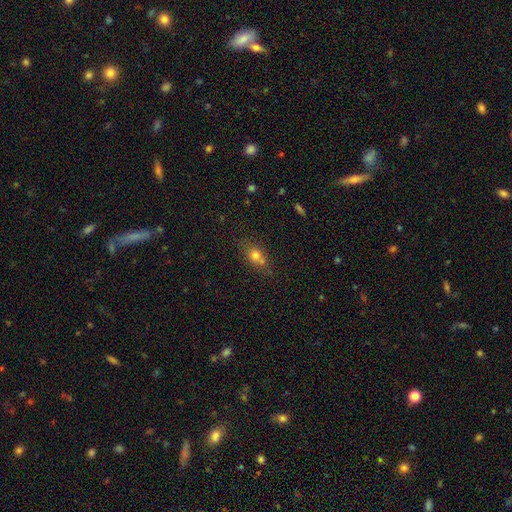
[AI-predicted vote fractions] Smooth or featured? Predicted: smooth (p=0.72). How rounded? Predicted: in between (p=0.54). Merging? Predicted: none (p=0.54).